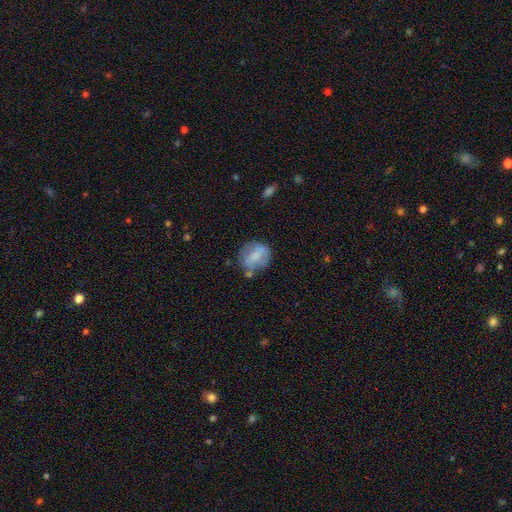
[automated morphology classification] Smooth or featured? smooth (61%)
How rounded? round (58%)
Merging? none (55%)